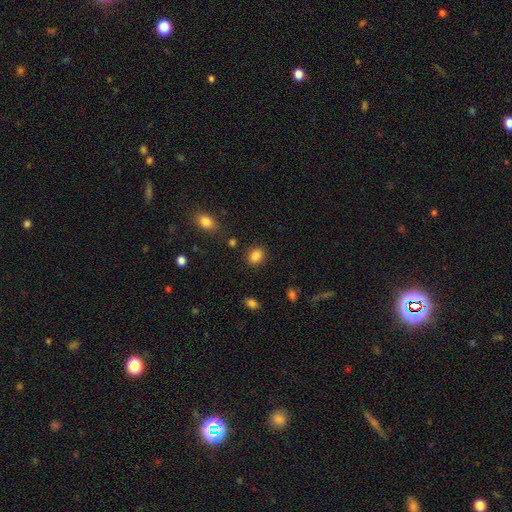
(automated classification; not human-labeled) Smooth or featured? Predicted: smooth (p=0.85). How rounded? Predicted: round (p=0.59). Merging? Predicted: none (p=0.86).